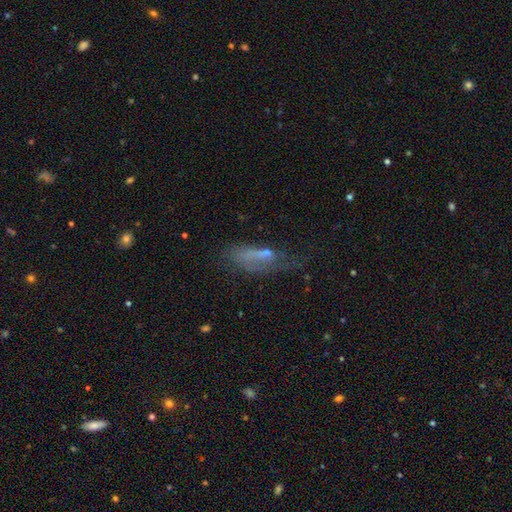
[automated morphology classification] Smooth or featured: smooth — 44% (featured or disk — 38%)
Merging: none — 45% (minor disturbance — 26%)